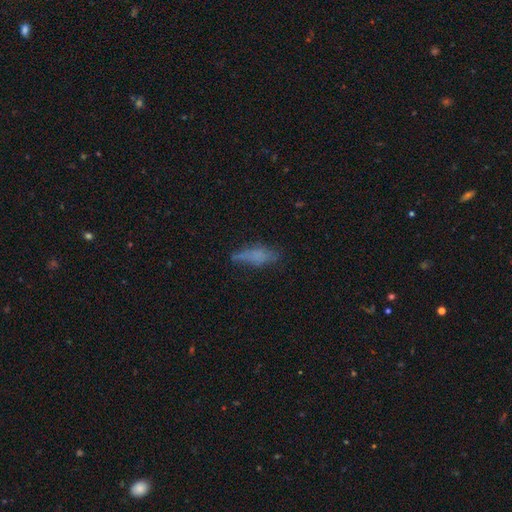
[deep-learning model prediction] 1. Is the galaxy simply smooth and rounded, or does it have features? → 60% smooth, 27% featured or disk, 13% star or artifact.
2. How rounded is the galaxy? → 50% in between, 47% cigar-shaped, 3% round.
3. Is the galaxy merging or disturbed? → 53% none, 29% minor disturbance, 15% major disturbance, 3% merger.